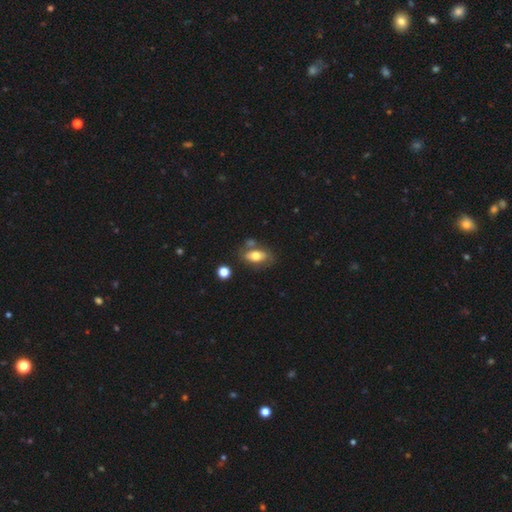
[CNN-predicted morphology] This is likely a smooth galaxy (65%). How rounded: clearly in between (86%). Merging: likely none (63%).